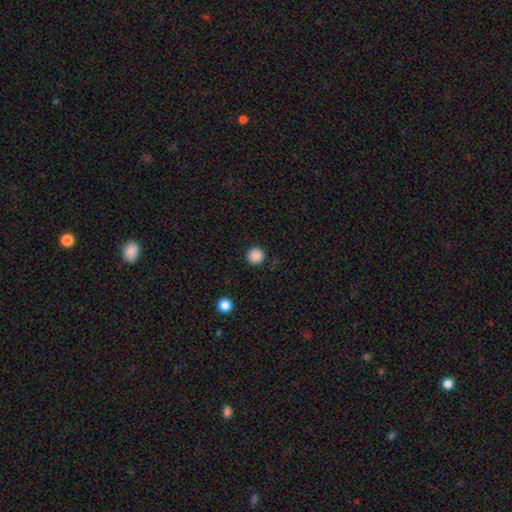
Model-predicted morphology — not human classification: smooth-or-featured: smooth: 87% | star or artifact: 10% | featured or disk: 2%
  how-rounded: round: 95% | in between: 4% | cigar-shaped: 1%
  merging: none: 92% | minor disturbance: 5% | major disturbance: 2% | merger: 1%